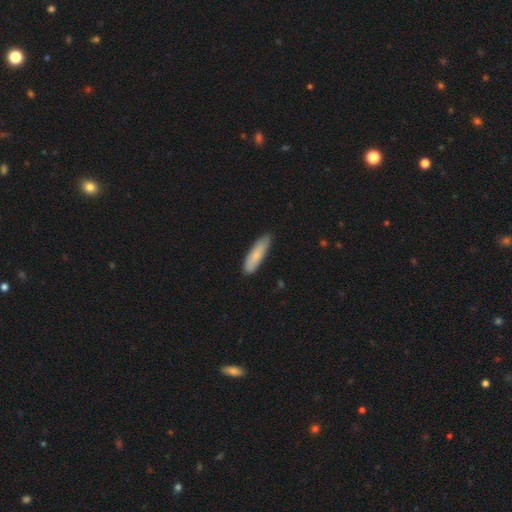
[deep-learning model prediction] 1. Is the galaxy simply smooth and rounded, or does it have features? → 81% smooth, 13% featured or disk, 6% star or artifact.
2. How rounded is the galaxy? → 69% cigar-shaped, 29% in between, 2% round.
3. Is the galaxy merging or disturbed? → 85% none, 12% minor disturbance, 2% major disturbance, 1% merger.